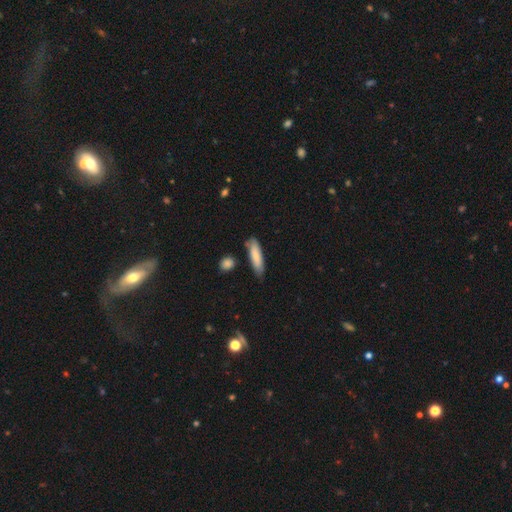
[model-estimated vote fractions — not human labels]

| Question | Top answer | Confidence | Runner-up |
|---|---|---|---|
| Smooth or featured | smooth | 82% | featured or disk (13%) |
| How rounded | cigar-shaped | 69% | in between (29%) |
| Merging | none | 77% | minor disturbance (16%) |